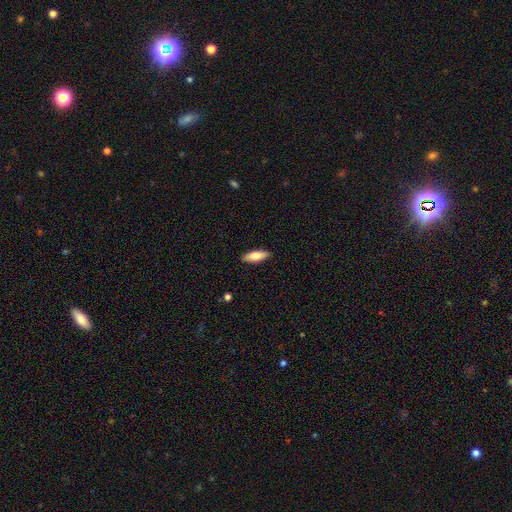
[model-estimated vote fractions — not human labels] Morphology: type=smooth (75%); roundness=in between (62%); merging=none (89%).